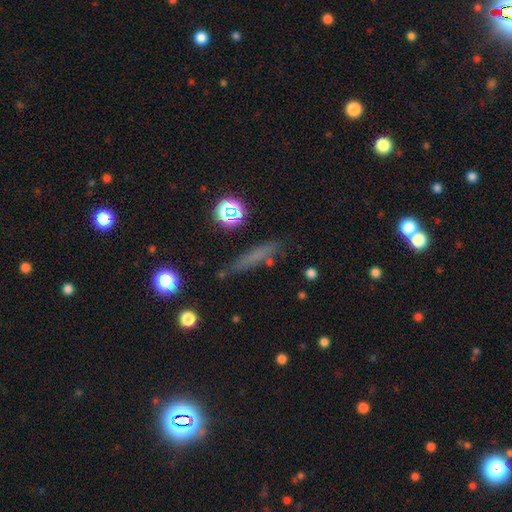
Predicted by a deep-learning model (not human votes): A smooth galaxy with no disk features (56%) that is cigar-shaped (82%).

Vote fractions:
- Smooth or featured? smooth: 56% / featured or disk: 24% / star or artifact: 20%
- How rounded? cigar-shaped: 82% / in between: 10% / round: 7%
- Merging? none: 75% / minor disturbance: 16% / major disturbance: 5% / merger: 4%